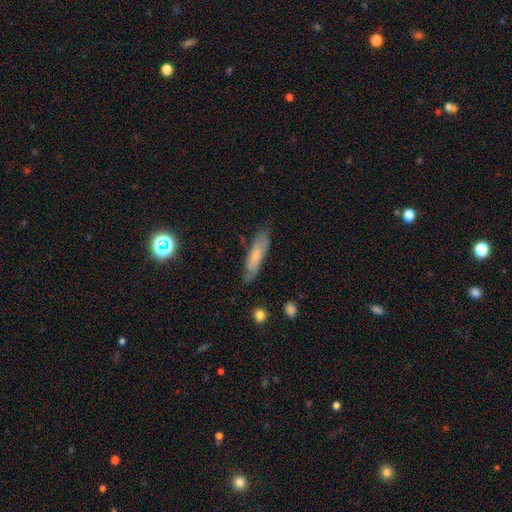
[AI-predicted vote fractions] smooth 60%, featured or disk 33%, star or artifact 7%. Down the decision tree: how rounded — cigar-shaped (68%); merging — none (75%).